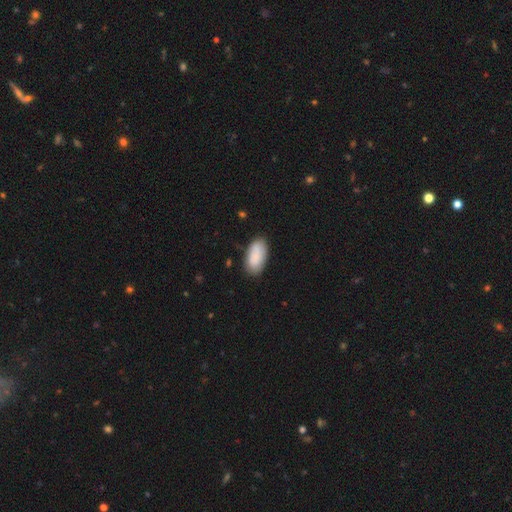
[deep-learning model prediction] The model was most divided on "merging": none: 80%, minor disturbance: 16%, major disturbance: 3%, merger: 2%. More confident: how rounded — in between (95%); smooth or featured — smooth (86%).